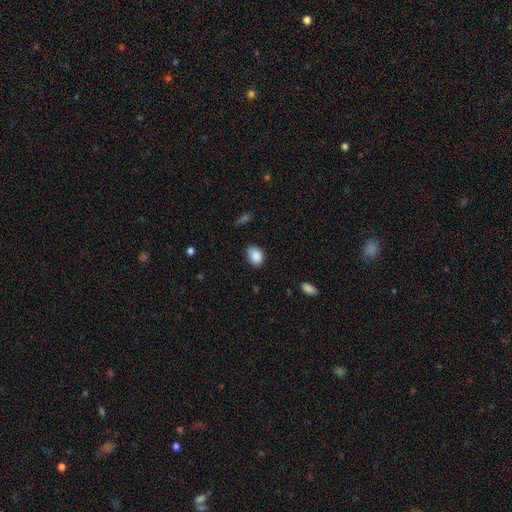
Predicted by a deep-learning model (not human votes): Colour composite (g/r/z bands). It shows a smooth galaxy with no disk features (88%) that is in between round and cigar-shaped (66%). Merging: none (78%).